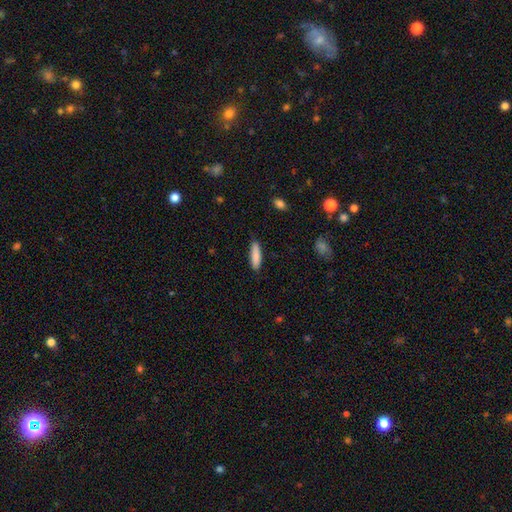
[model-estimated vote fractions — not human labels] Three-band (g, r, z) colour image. It shows a smooth galaxy with no disk features (87%) that is cigar-shaped (70%). Merging: none (86%).